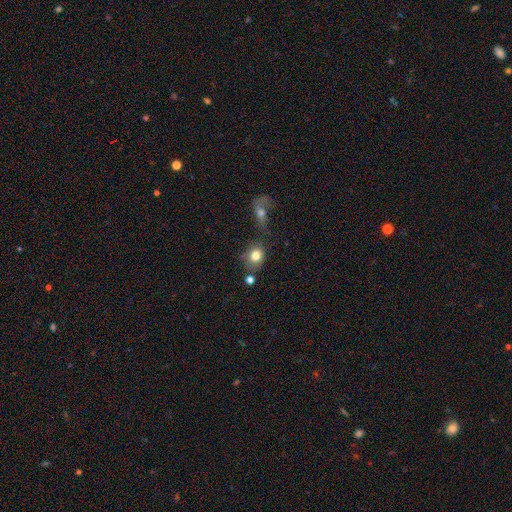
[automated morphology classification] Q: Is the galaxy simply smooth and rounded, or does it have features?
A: smooth — 80%.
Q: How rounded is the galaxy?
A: round — 56%.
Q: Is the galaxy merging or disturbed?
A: none — 57%.